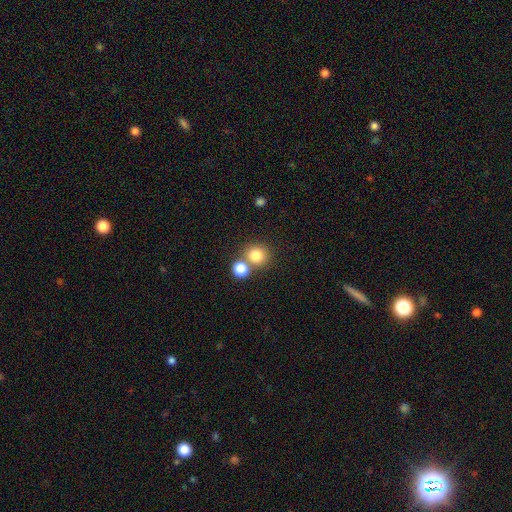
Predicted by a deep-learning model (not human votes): Smooth or featured: smooth — 81% (star or artifact — 12%)
How rounded: round — 87% (in between — 12%)
Merging: none — 60% (merger — 30%)